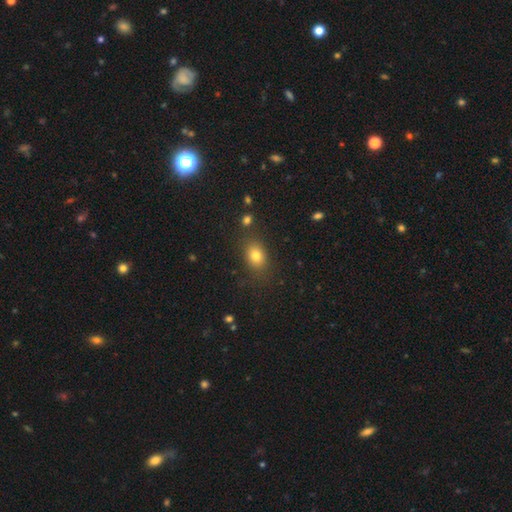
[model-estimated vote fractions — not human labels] Morphology: type=smooth (79%); roundness=in between (63%); merging=none (80%).